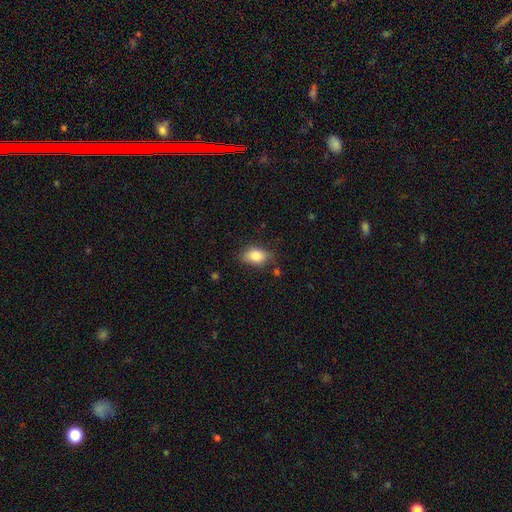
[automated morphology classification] smooth_or_featured: smooth (p=0.83) [alt: featured or disk p=0.09]
how_rounded: in between (p=0.82) [alt: round p=0.15]
merging: none (p=0.72) [alt: minor disturbance p=0.21]